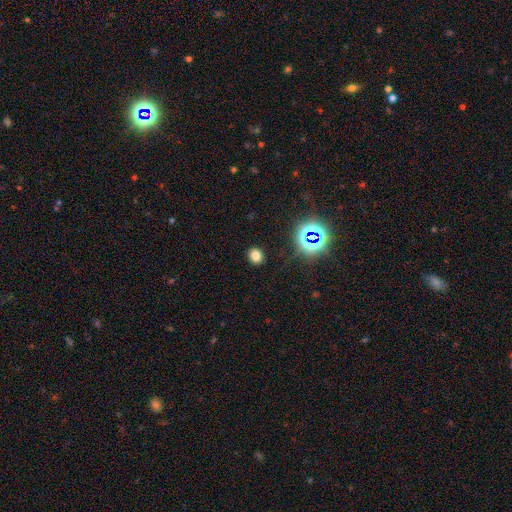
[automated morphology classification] Smooth or featured?
  - smooth: 74% *
  - star or artifact: 20%
  - featured or disk: 7%
How rounded?
  - round: 62% *
  - in between: 37%
  - cigar-shaped: 1%
Merging?
  - none: 89% *
  - minor disturbance: 7%
  - major disturbance: 3%
  - merger: 1%